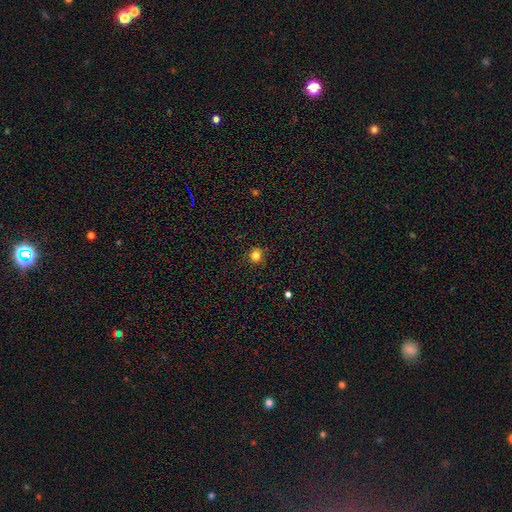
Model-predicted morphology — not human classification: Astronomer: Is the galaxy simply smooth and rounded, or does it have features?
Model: smooth — 80%.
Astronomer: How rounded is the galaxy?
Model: round — 88%.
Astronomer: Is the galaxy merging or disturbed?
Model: none — 85%.